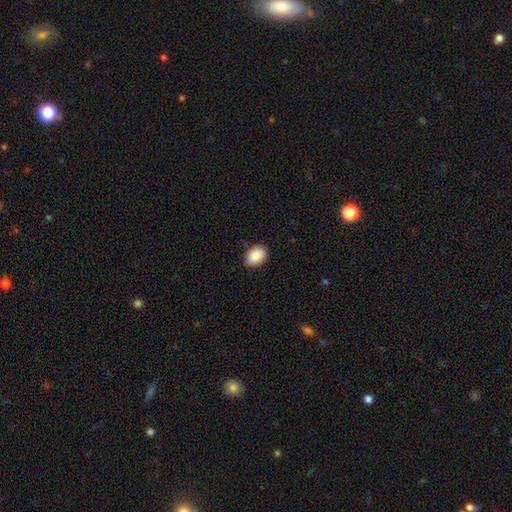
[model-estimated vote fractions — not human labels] This is clearly a smooth galaxy (89%). How rounded: clearly in between (83%). Merging: clearly none (86%).